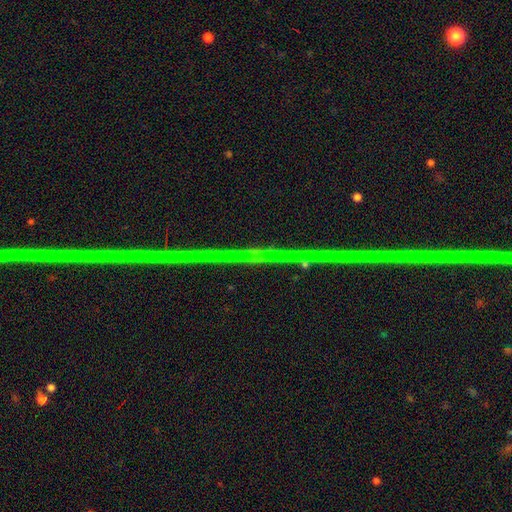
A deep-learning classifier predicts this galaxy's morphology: Smooth or featured: star or artifact — 89% (featured or disk — 7%)